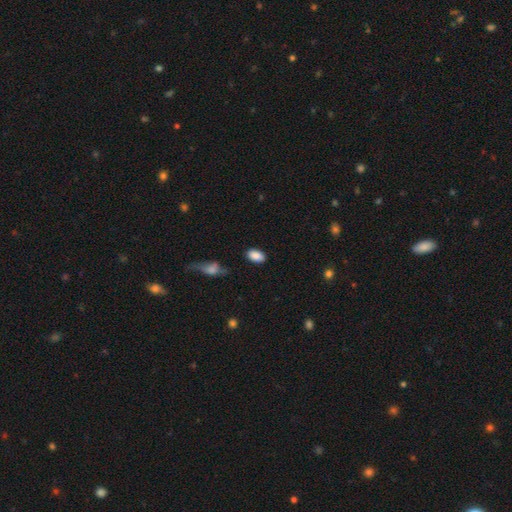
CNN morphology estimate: smooth_or_featured: smooth (p=0.89) [alt: star or artifact p=0.07]
how_rounded: in between (p=0.91) [alt: round p=0.06]
merging: none (p=0.85) [alt: minor disturbance p=0.11]